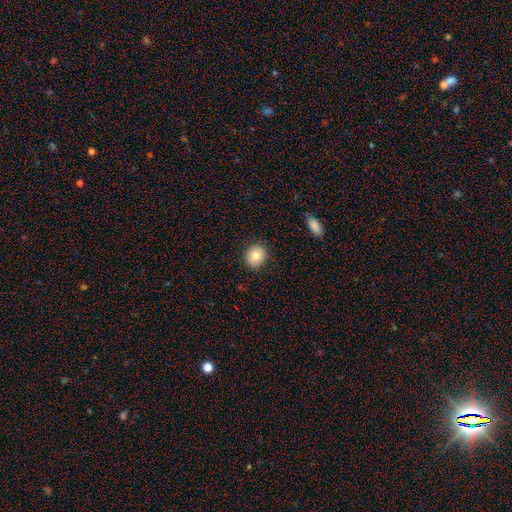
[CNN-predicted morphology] Smooth or featured: smooth — 80% (featured or disk — 11%)
How rounded: round — 83% (in between — 17%)
Merging: none — 89% (minor disturbance — 8%)